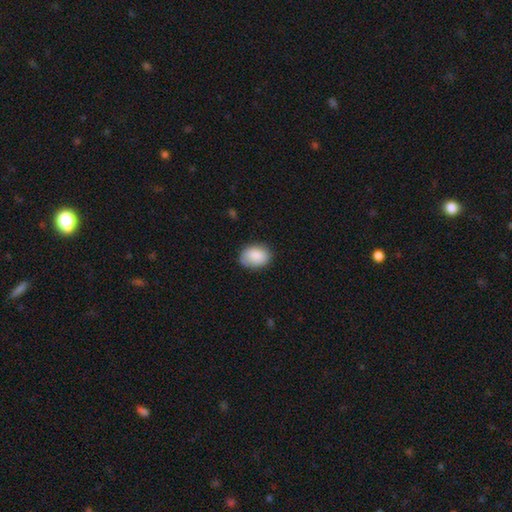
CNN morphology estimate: This appears to be a smooth galaxy with no disk features (87%) that is in between round and cigar-shaped (70%). Merging: none (77%).